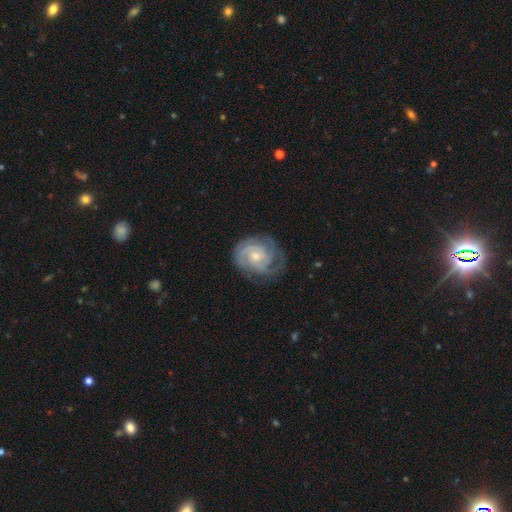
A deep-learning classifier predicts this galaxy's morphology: Q: Smooth or featured?
A: featured or disk (88%); runner-up: smooth (7%)
Q: Edge-on disk?
A: no (98%); runner-up: yes (2%)
Q: Bar?
A: no (67%); runner-up: weak (29%)
Q: Spiral arms?
A: yes (97%); runner-up: no (3%)
Q: Spiral winding?
A: tight (71%); runner-up: medium (25%)
Q: Spiral arm count?
A: 2 (35%); runner-up: 3 (30%)
Q: Bulge size?
A: small (53%); runner-up: moderate (42%)
Q: Merging?
A: none (72%); runner-up: minor disturbance (19%)